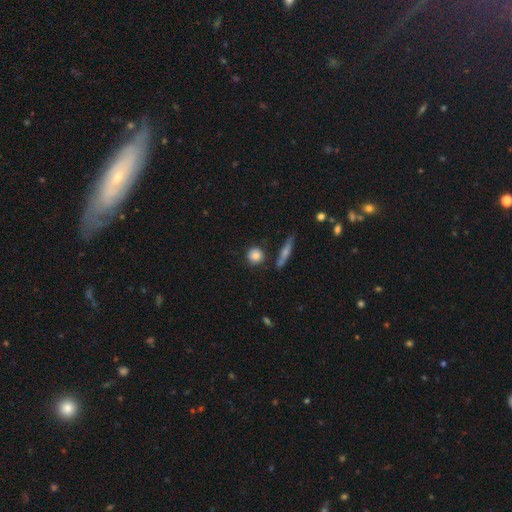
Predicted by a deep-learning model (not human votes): A smooth galaxy with no disk features (81%) that is round (86%).

Vote fractions:
- Smooth or featured? smooth: 81% / featured or disk: 11% / star or artifact: 8%
- How rounded? round: 86% / in between: 11% / cigar-shaped: 3%
- Merging? none: 81% / minor disturbance: 11% / merger: 5% / major disturbance: 3%